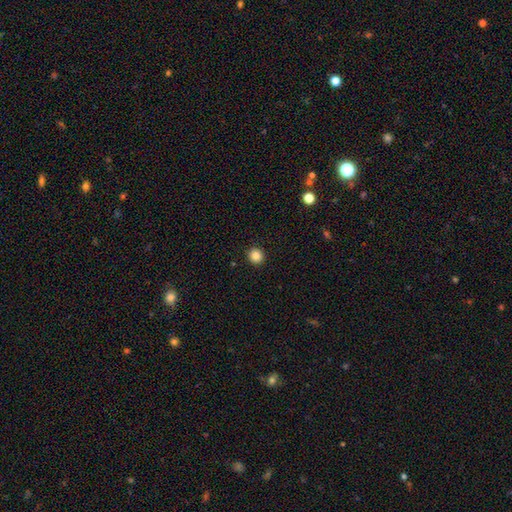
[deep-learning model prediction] smooth_or_featured: smooth (p=0.85) [alt: star or artifact p=0.10]
how_rounded: round (p=0.92) [alt: in between p=0.07]
merging: none (p=0.93) [alt: minor disturbance p=0.05]